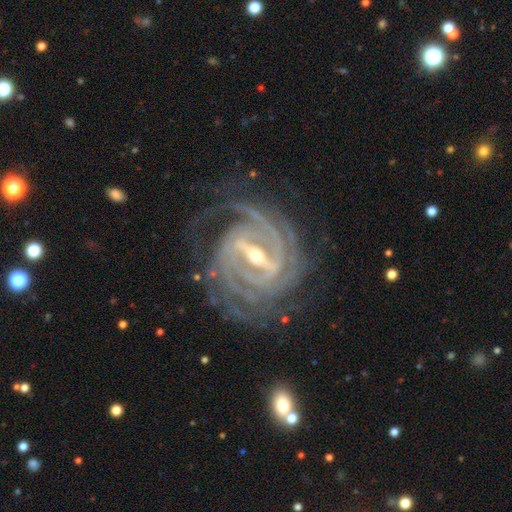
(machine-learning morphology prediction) type=featured or disk (93%); edge-on=no (96%); bar=strong (77%); spiral arms=yes (99%); winding=tight (79%); arm count=4 (30%); bulge=moderate (51%); merging=none (76%).